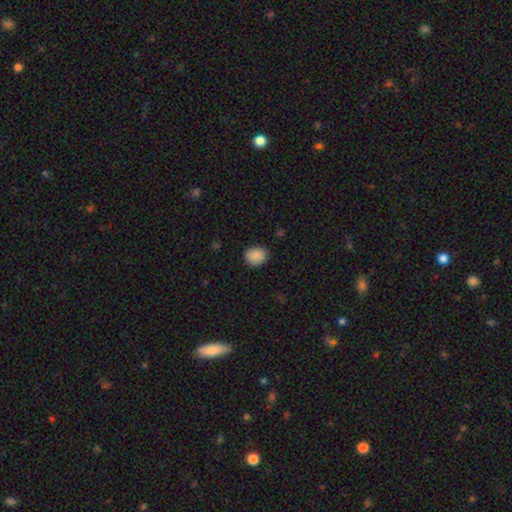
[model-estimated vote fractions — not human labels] Q: Smooth or featured?
A: smooth (89%); runner-up: star or artifact (8%)
Q: How rounded?
A: round (61%); runner-up: in between (38%)
Q: Merging?
A: none (84%); runner-up: minor disturbance (12%)